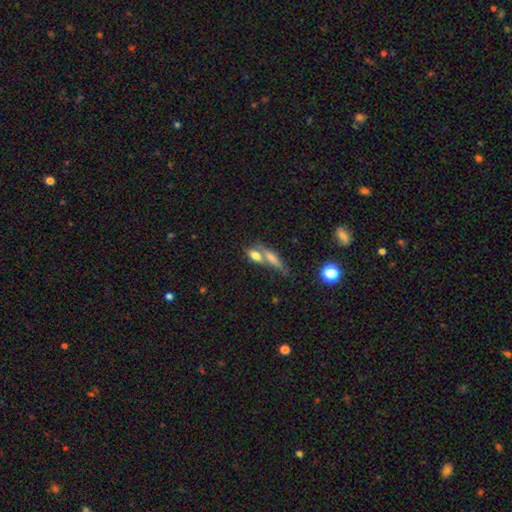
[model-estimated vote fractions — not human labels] The model was most divided on "merging" (2-way tie): none: 43%, merger: 43%, minor disturbance: 10%, major disturbance: 5%. More confident: smooth or featured — smooth (71%); how rounded — in between (61%).